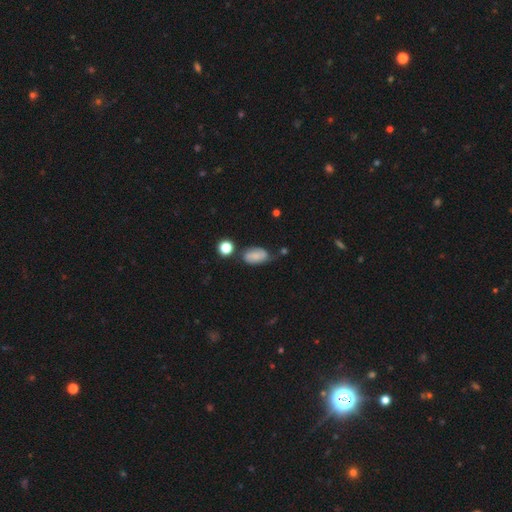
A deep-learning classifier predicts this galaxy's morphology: Smooth or featured?
  - smooth: 67% *
  - featured or disk: 23%
  - star or artifact: 10%
How rounded?
  - in between: 89% *
  - round: 9%
  - cigar-shaped: 2%
Merging?
  - none: 49% *
  - minor disturbance: 32%
  - major disturbance: 10%
  - merger: 8%